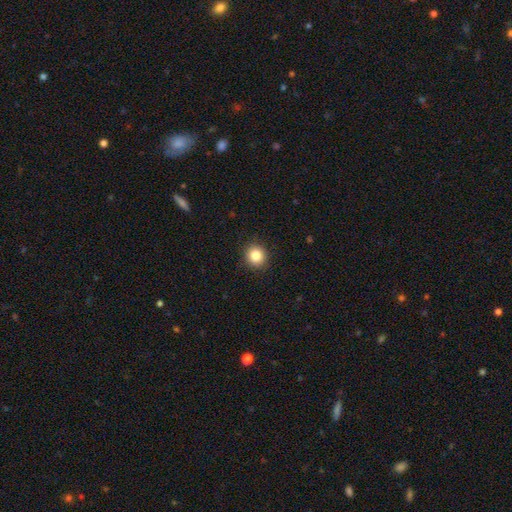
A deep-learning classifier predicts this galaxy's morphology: smooth_or_featured: smooth (p=0.85) [alt: star or artifact p=0.10]
how_rounded: round (p=0.89) [alt: in between p=0.10]
merging: none (p=0.91) [alt: minor disturbance p=0.06]